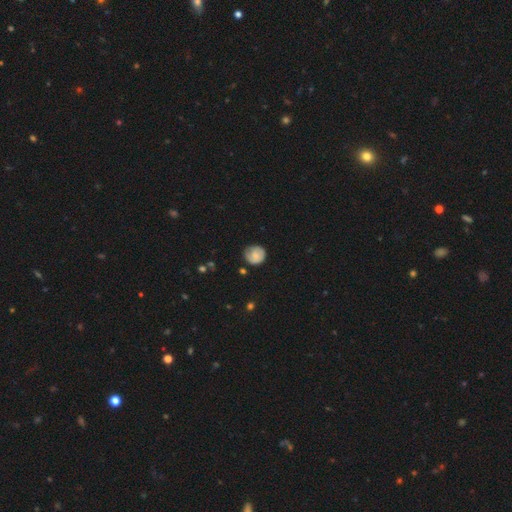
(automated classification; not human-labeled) smooth_or_featured: smooth (p=0.72) [alt: featured or disk p=0.21]
how_rounded: round (p=0.86) [alt: in between p=0.13]
merging: none (p=0.67) [alt: minor disturbance p=0.25]